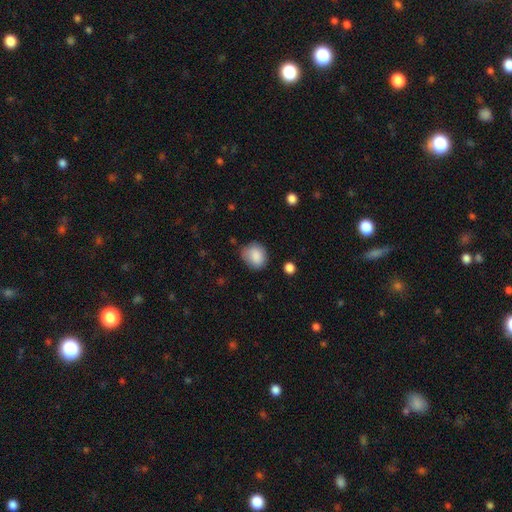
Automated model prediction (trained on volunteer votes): This is clearly a smooth galaxy (86%). How rounded: likely round (63%). Merging: likely none (71%).